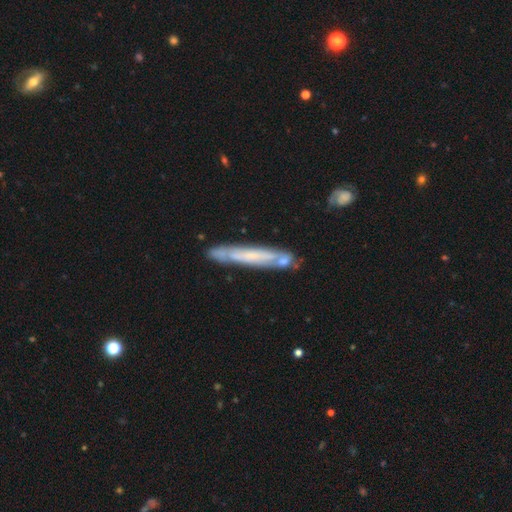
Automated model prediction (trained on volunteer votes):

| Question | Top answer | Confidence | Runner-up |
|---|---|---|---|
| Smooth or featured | featured or disk | 56% | smooth (37%) |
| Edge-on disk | yes | 73% | no (27%) |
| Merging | none | 77% | minor disturbance (14%) |